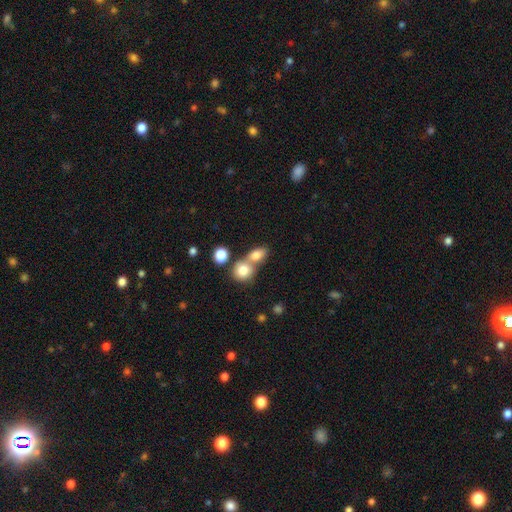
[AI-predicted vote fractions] Morphology: type=smooth (79%); roundness=in between (61%); merging=merger (51%).